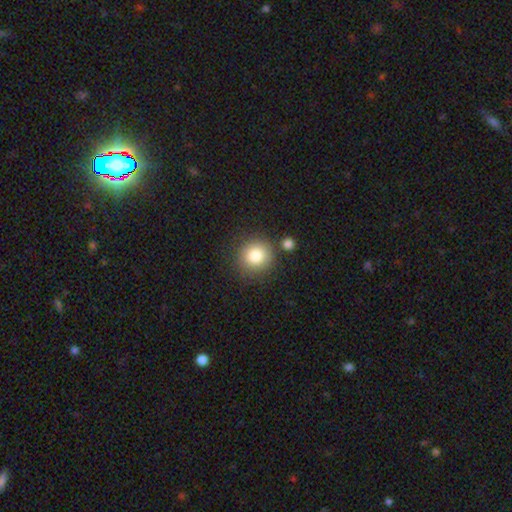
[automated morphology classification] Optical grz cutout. It shows a smooth galaxy with no disk features (84%) that is round (90%). Merging: none (79%).